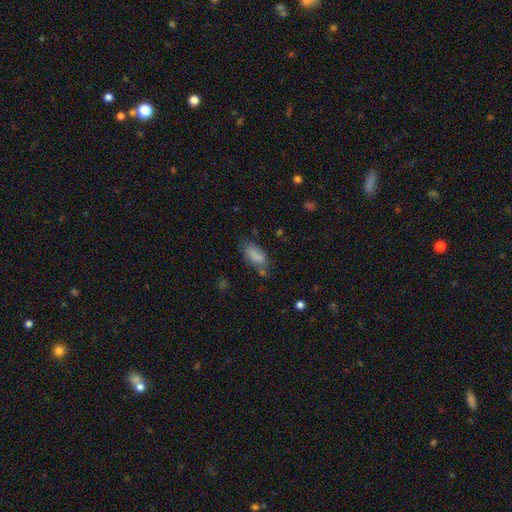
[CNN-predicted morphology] smooth-or-featured: smooth: 82% | featured or disk: 9% | star or artifact: 9%
  how-rounded: in between: 87% | cigar-shaped: 10% | round: 3%
  merging: none: 57% | minor disturbance: 25% | merger: 9% | major disturbance: 9%